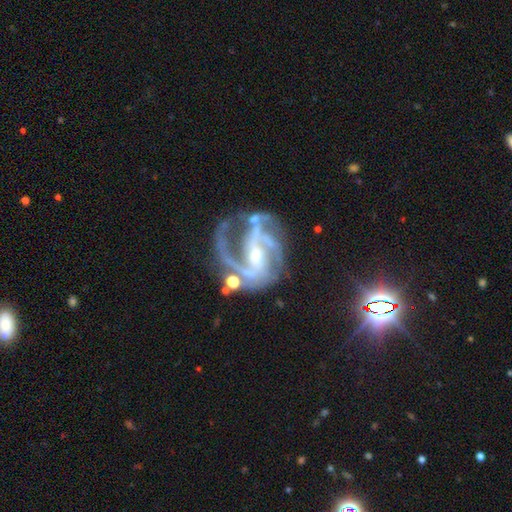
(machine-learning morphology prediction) A featured or disk galaxy (90%) with a weak bar (41%), 2 (41%) medium (55%) spiral arms (98%) and a small central bulge (58%).

Vote fractions:
- Smooth or featured? featured or disk: 90% / star or artifact: 7% / smooth: 3%
- Edge-on disk? no: 98% / yes: 2%
- Bar? weak: 41% / strong: 38% / no: 21%
- Spiral arms? yes: 98% / no: 2%
- Spiral winding? medium: 55% / tight: 29% / loose: 16%
- Spiral arm count? 2: 41% / 3: 32% / can't tell: 10% / 4: 7% / 1: 5% / more than 4: 5%
- Bulge size? small: 58% / moderate: 34% / none: 5% / large: 2% / dominant: 1%
- Merging? none: 51% / major disturbance: 23% / minor disturbance: 19% / merger: 7%